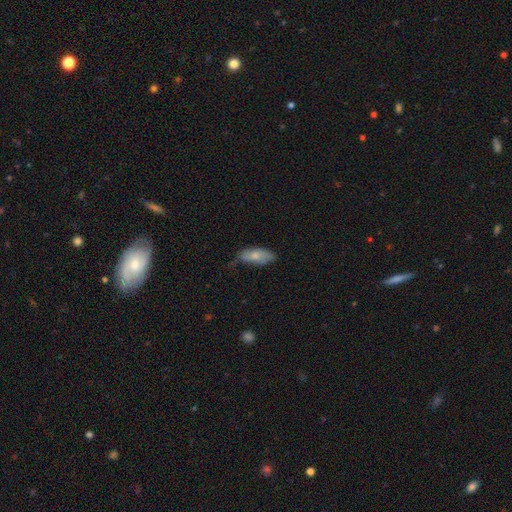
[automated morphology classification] Smooth or featured: smooth — 76% (featured or disk — 17%)
How rounded: in between — 81% (cigar-shaped — 17%)
Merging: none — 50% (minor disturbance — 38%)